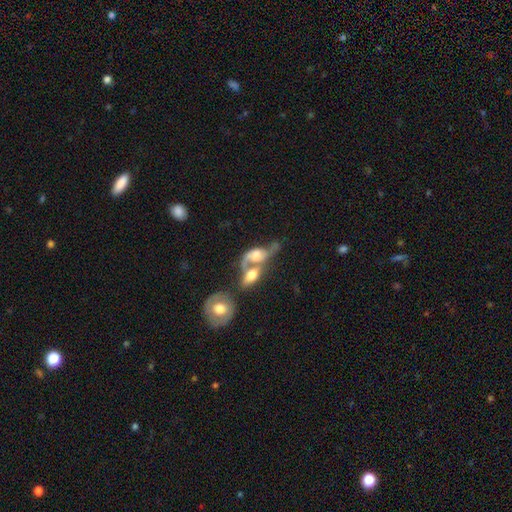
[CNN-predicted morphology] Smooth or featured: featured or disk — 66% (smooth — 26%)
Edge-on disk: no — 90% (yes — 10%)
Bar: no — 60% (weak — 31%)
Spiral arms: yes — 80% (no — 20%)
Bulge size: moderate — 42% (large — 31%)
Merging: merger — 66% (none — 15%)